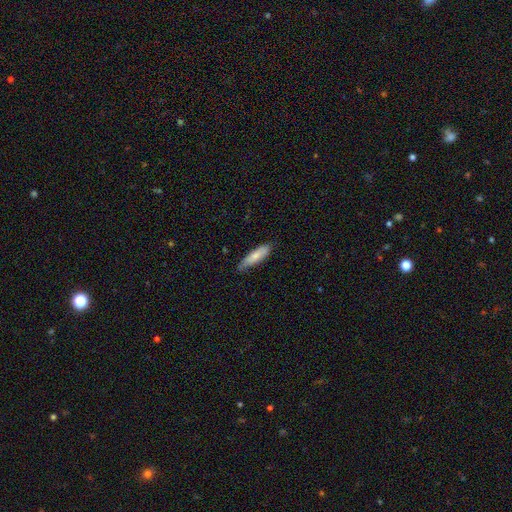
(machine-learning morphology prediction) Smooth or featured?
  - smooth: 73% *
  - featured or disk: 21%
  - star or artifact: 6%
How rounded?
  - cigar-shaped: 61% *
  - in between: 37%
  - round: 2%
Merging?
  - none: 69% *
  - minor disturbance: 25%
  - major disturbance: 4%
  - merger: 1%